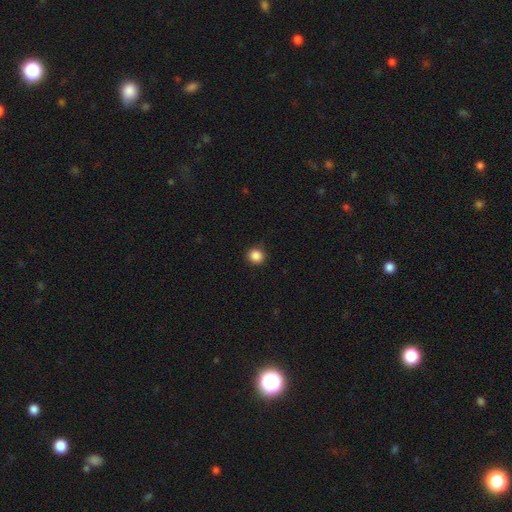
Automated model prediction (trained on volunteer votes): smooth 87%, star or artifact 10%, featured or disk 3%. Down the decision tree: how rounded — round (91%); merging — none (90%).